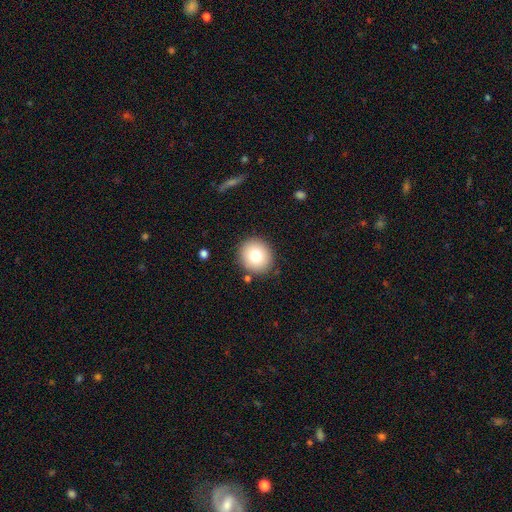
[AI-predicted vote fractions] Smooth or featured? smooth (77%)
How rounded? round (85%)
Merging? none (88%)